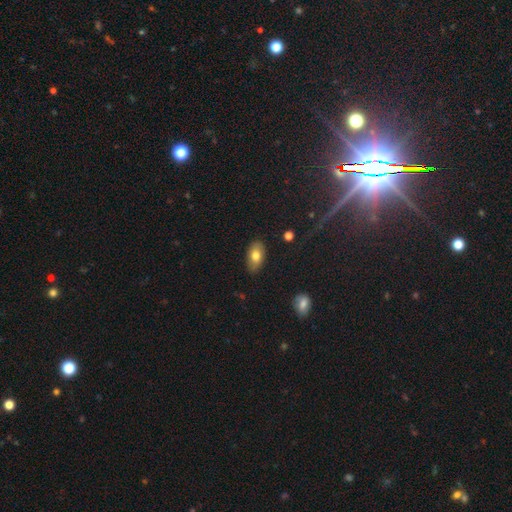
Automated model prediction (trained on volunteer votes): This appears to be a smooth galaxy with no disk features (76%) that is in between round and cigar-shaped (92%). Merging: none (86%).